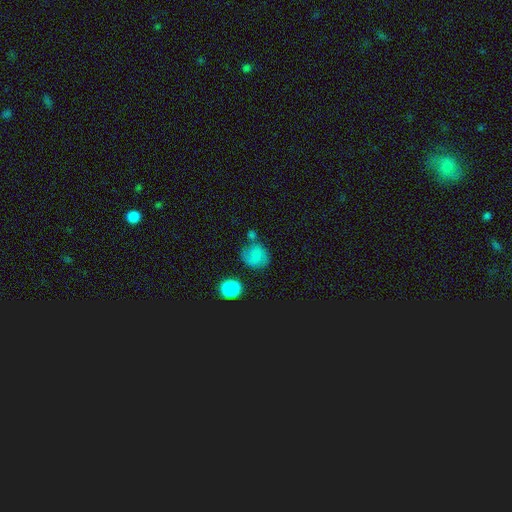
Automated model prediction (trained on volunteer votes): Morphology: type=smooth (62%); roundness=round (74%); merging=none (58%).